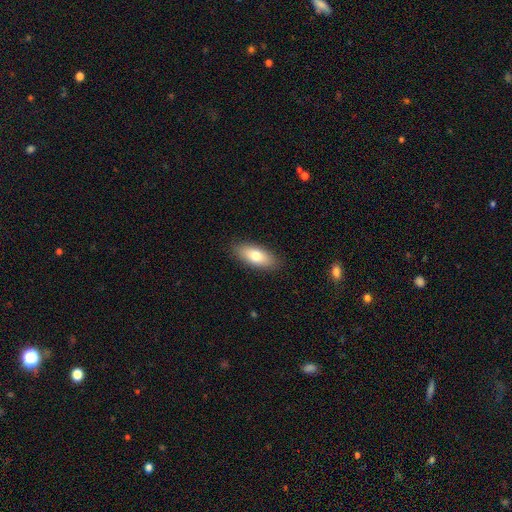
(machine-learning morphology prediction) smooth 76%, featured or disk 17%, star or artifact 7%. Down the decision tree: how rounded — in between (83%); merging — none (88%).